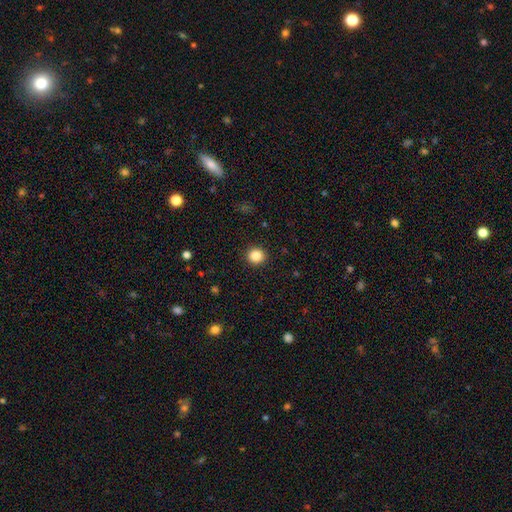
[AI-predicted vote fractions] This appears to be a smooth galaxy with no disk features (85%) that is round (92%). Merging: none (92%).